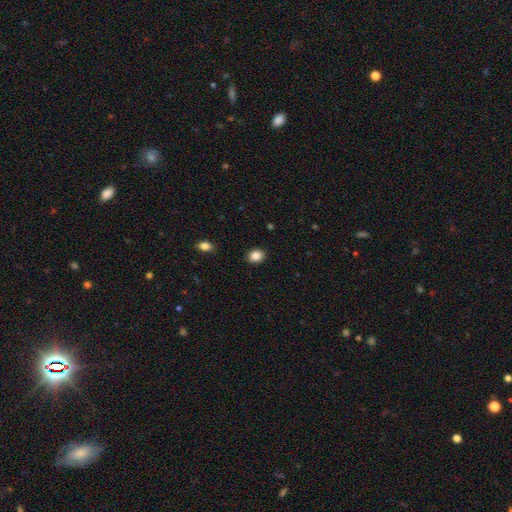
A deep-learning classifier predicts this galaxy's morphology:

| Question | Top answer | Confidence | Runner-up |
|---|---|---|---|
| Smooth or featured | smooth | 86% | star or artifact (9%) |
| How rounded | round | 51% | in between (48%) |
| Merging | none | 89% | minor disturbance (7%) |